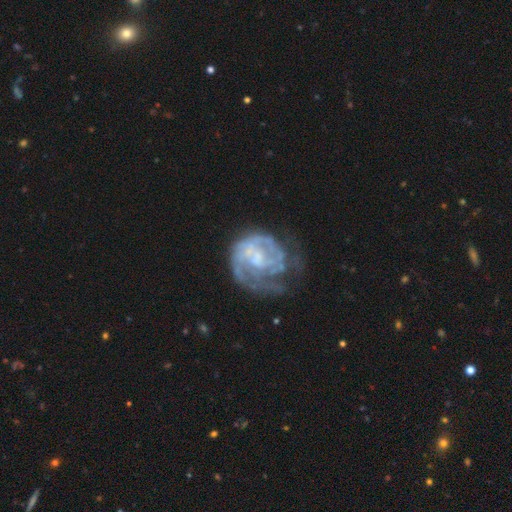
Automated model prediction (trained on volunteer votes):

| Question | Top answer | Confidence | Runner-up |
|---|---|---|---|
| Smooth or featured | featured or disk | 75% | smooth (17%) |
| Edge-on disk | no | 98% | yes (2%) |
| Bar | no | 67% | weak (28%) |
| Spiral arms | yes | 70% | no (30%) |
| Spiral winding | tight | 55% | medium (30%) |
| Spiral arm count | can't tell | 46% | 2 (20%) |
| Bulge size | small | 35% | none (33%) |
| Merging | none | 42% | major disturbance (31%) |